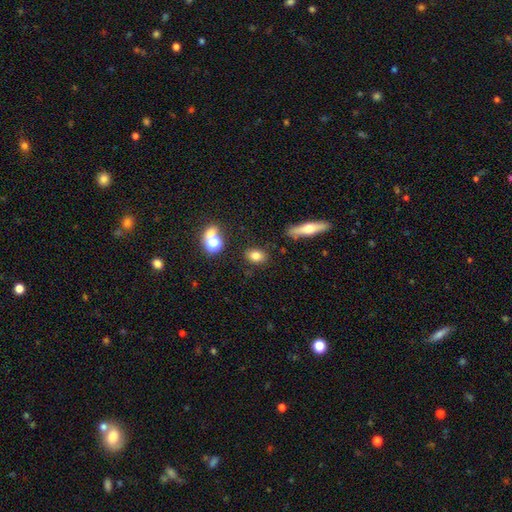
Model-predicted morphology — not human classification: Smooth or featured? smooth (78%)
How rounded? in between (67%)
Merging? none (83%)